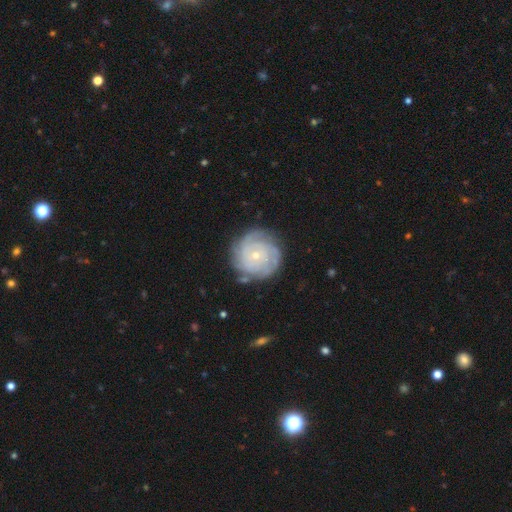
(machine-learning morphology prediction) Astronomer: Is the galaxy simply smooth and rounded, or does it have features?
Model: featured or disk — 81%.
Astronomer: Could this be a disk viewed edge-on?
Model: no — 98%.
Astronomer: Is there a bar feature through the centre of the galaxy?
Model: no — 80%.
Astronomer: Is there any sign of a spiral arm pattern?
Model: yes — 95%.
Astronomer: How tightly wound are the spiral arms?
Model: tight — 80%.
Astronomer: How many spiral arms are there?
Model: can't tell — 30% (runner-up: 4, 23%).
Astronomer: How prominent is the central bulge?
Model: small — 74%.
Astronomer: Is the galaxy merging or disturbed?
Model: none — 79%.